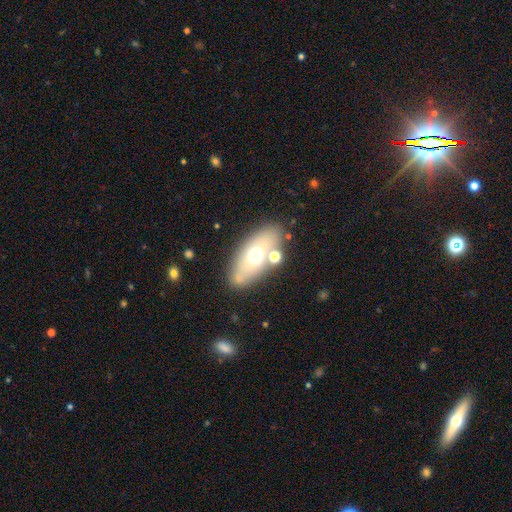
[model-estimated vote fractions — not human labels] smooth_or_featured: smooth (p=0.53) [alt: featured or disk p=0.38]
how_rounded: in between (p=0.82) [alt: cigar-shaped p=0.13]
merging: none (p=0.75) [alt: minor disturbance p=0.12]